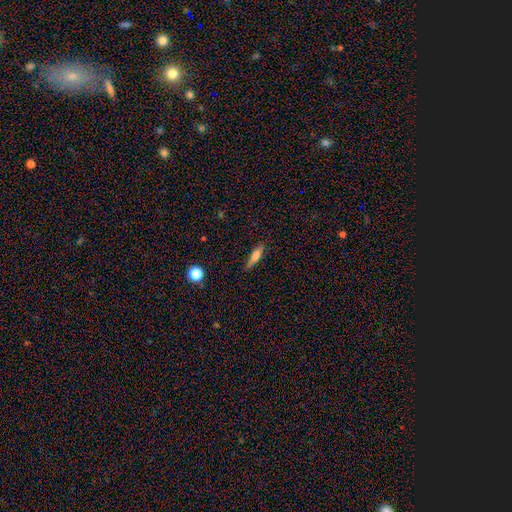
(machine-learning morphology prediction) type=smooth (65%); roundness=cigar-shaped (68%); merging=none (80%).